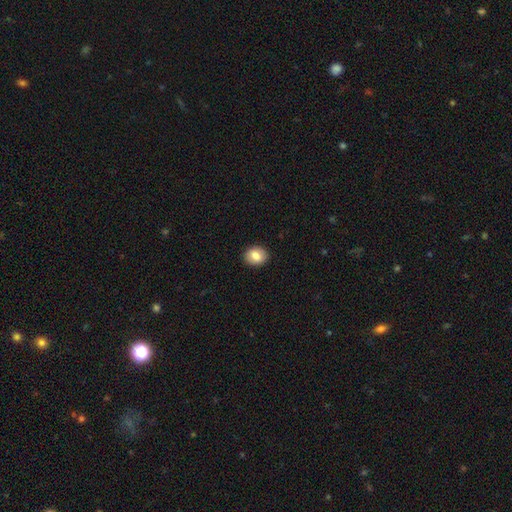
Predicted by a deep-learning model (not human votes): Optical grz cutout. It shows a smooth galaxy with no disk features (83%) that is in between round and cigar-shaped (52%). Merging: none (91%).